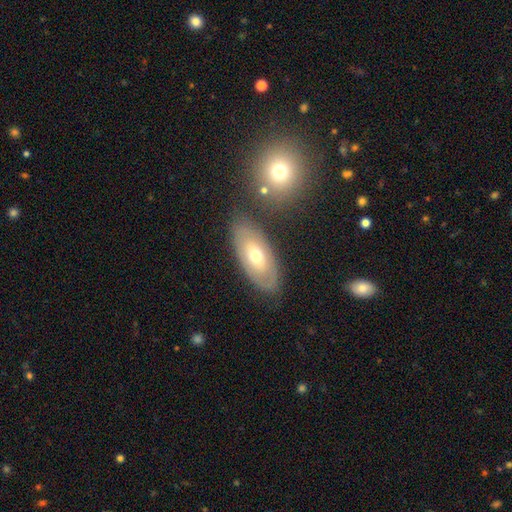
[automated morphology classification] type=smooth (48%); merging=none (76%).